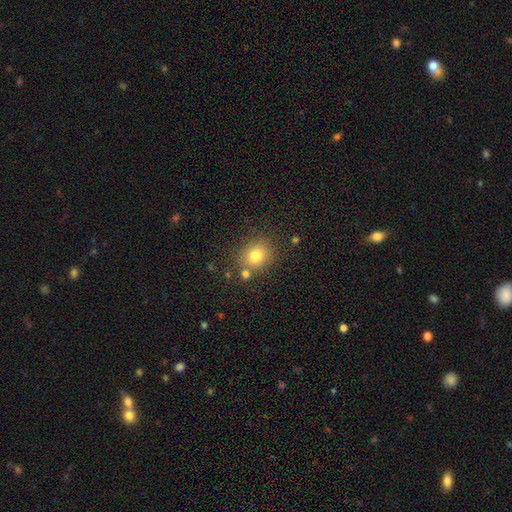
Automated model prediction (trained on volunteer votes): The model was most divided on "how rounded": round: 72%, in between: 27%, cigar-shaped: 1%. More confident: smooth or featured — smooth (79%); merging — none (75%).